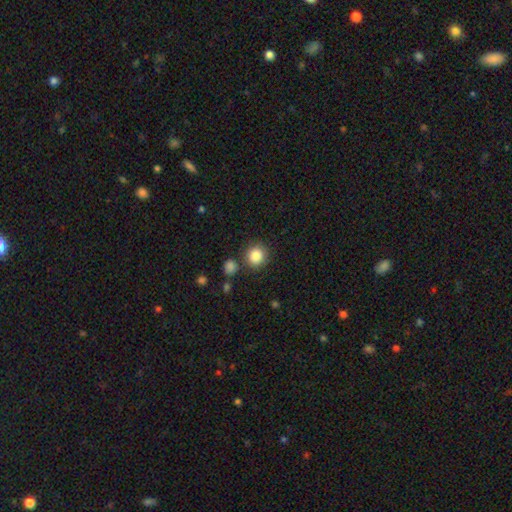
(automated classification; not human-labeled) Smooth or featured?
  - smooth: 86% *
  - star or artifact: 9%
  - featured or disk: 4%
How rounded?
  - round: 89% *
  - in between: 10%
  - cigar-shaped: 1%
Merging?
  - none: 83% *
  - minor disturbance: 9%
  - merger: 6%
  - major disturbance: 3%